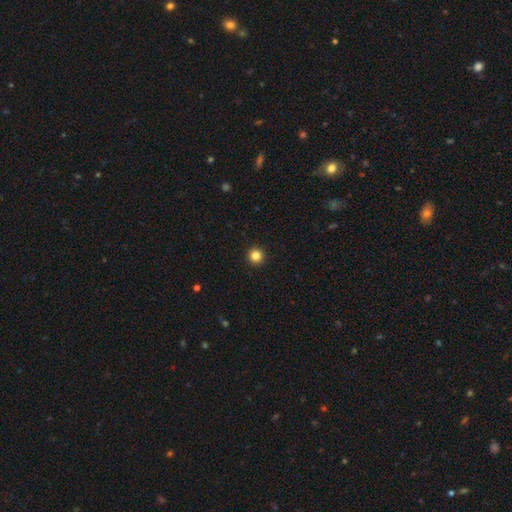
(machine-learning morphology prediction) A smooth galaxy with no disk features (84%) that is round (97%). Merging: none (94%).